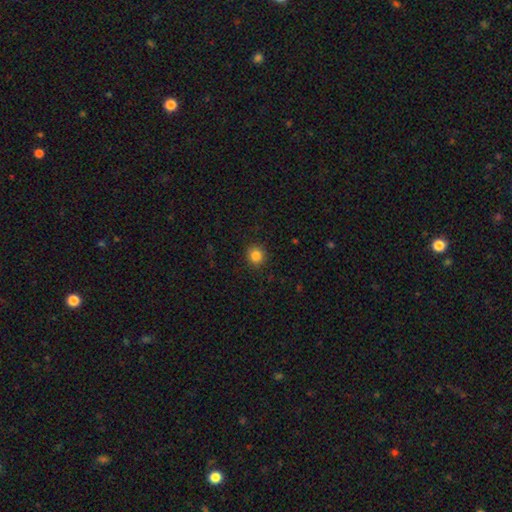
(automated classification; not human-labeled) A smooth galaxy with no disk features (84%) that is round (92%). Merging: none (91%).